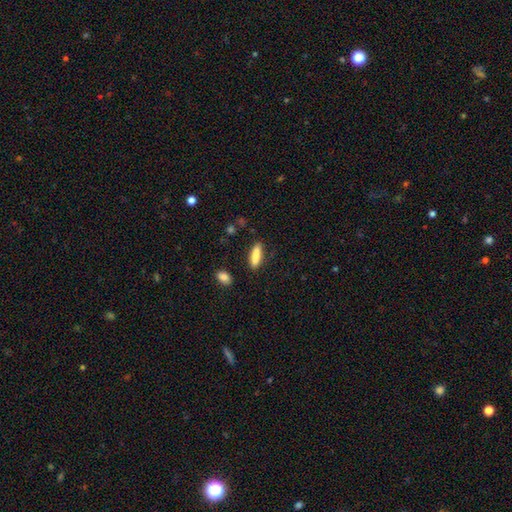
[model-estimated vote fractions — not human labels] Smooth or featured: smooth — 84% (featured or disk — 9%)
How rounded: cigar-shaped — 61% (in between — 37%)
Merging: none — 86% (minor disturbance — 10%)